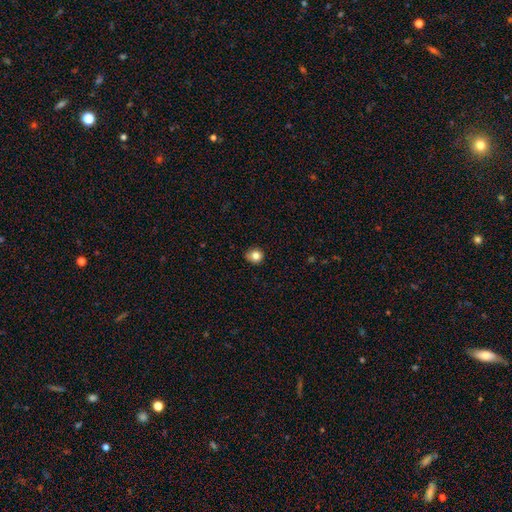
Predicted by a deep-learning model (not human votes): A smooth galaxy with no disk features (81%) that is round (85%).

Vote fractions:
- Smooth or featured? smooth: 81% / star or artifact: 11% / featured or disk: 7%
- How rounded? round: 85% / in between: 14% / cigar-shaped: 1%
- Merging? none: 84% / minor disturbance: 12% / major disturbance: 2% / merger: 1%